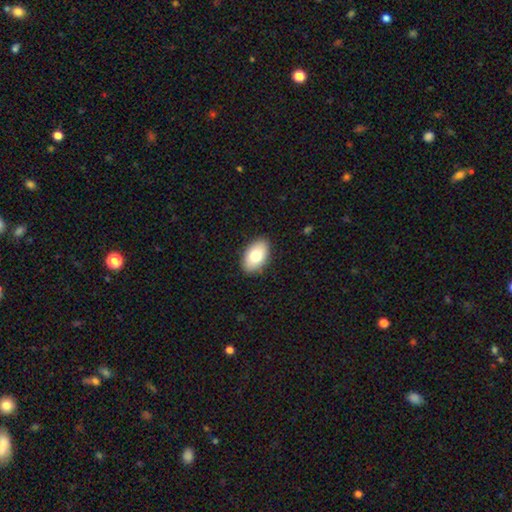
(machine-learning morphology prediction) Smooth or featured? Predicted: smooth (p=0.79). How rounded? Predicted: in between (p=0.93). Merging? Predicted: none (p=0.89).